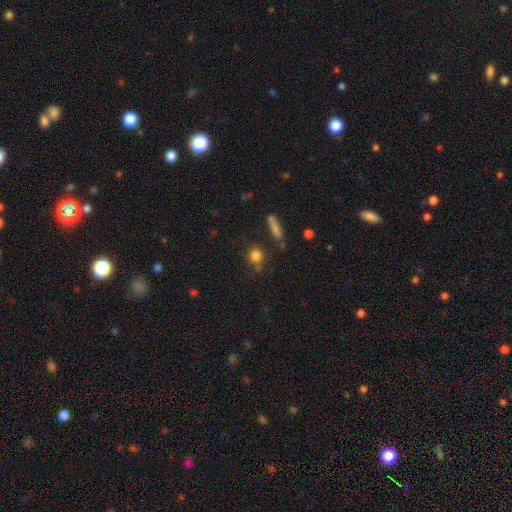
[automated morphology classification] Overall: smooth (83%). How rounded: round (80%). Merging: none (76%).